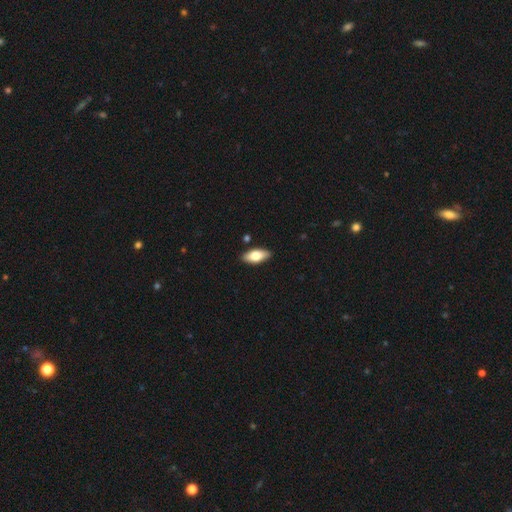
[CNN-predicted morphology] Smooth or featured? smooth (72%)
How rounded? in between (83%)
Merging? none (88%)